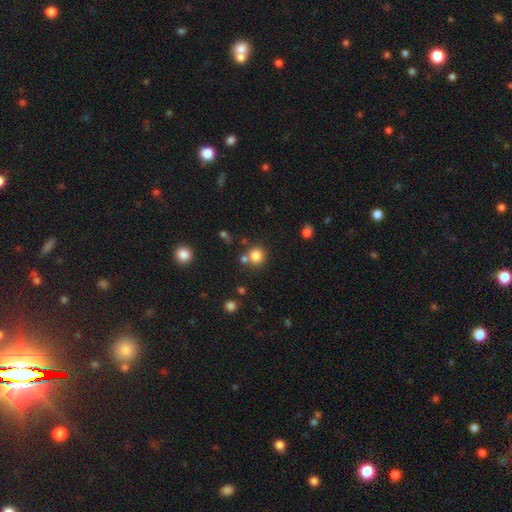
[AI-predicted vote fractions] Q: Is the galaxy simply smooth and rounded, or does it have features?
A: smooth — 82%.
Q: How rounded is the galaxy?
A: round — 90%.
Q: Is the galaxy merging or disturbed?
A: none — 69%.